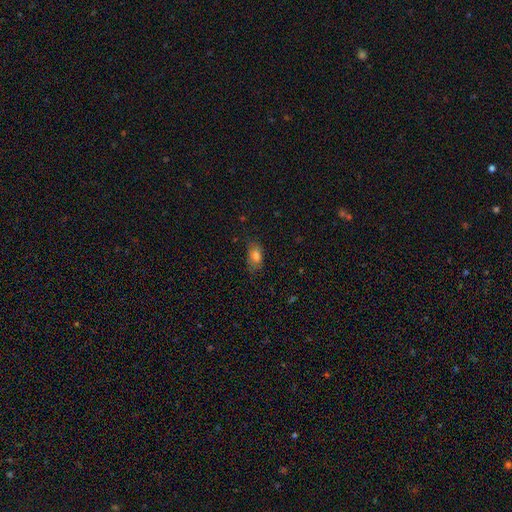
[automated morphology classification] This appears to be a smooth galaxy with no disk features (78%) that is in between round and cigar-shaped (87%). Merging: none (62%).